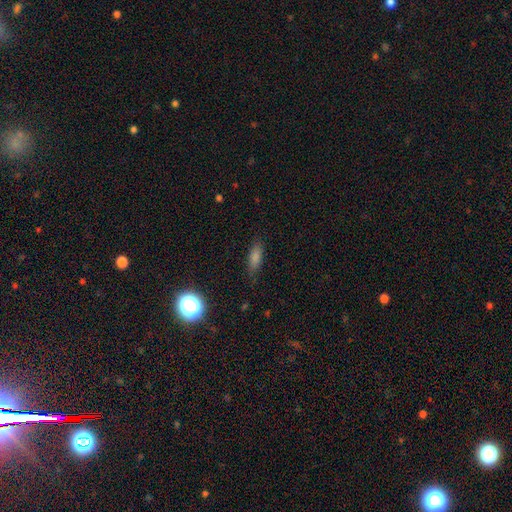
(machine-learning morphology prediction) Smooth or featured? smooth (74%)
How rounded? in between (54%)
Merging? none (81%)